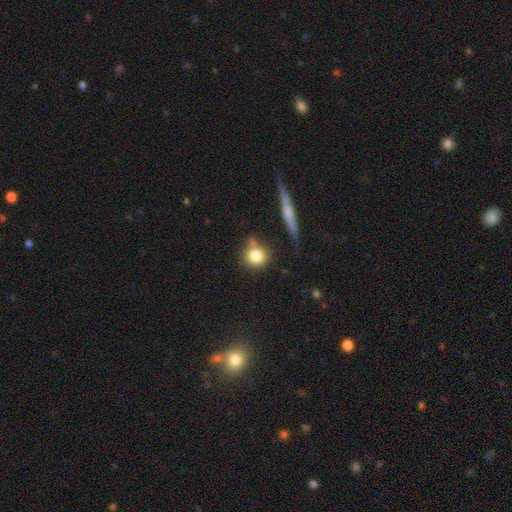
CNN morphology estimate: This is likely a smooth galaxy (80%). How rounded: clearly round (85%). Merging: likely none (69%).